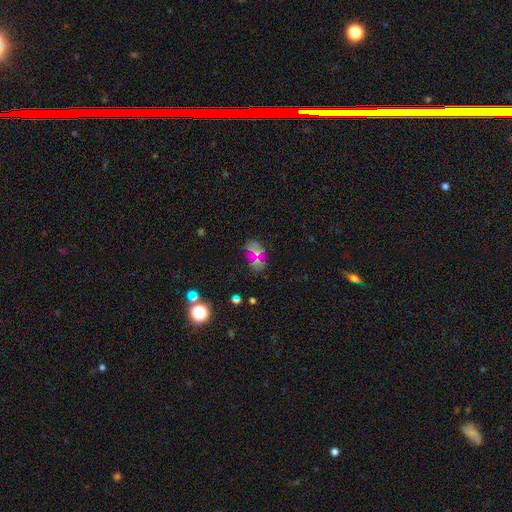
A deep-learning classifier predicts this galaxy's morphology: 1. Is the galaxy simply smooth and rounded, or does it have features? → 57% smooth, 27% star or artifact, 16% featured or disk.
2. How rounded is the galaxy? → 83% in between, 15% round, 2% cigar-shaped.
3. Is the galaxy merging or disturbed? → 76% none, 14% minor disturbance, 5% major disturbance, 5% merger.